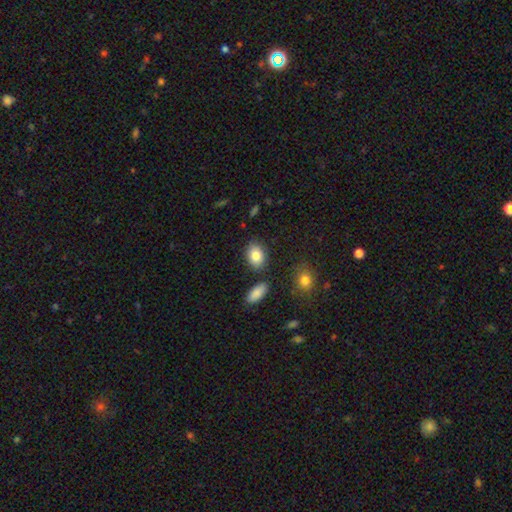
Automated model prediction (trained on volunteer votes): smooth_or_featured: smooth (p=0.84) [alt: featured or disk p=0.09]
how_rounded: in between (p=0.81) [alt: round p=0.18]
merging: none (p=0.81) [alt: minor disturbance p=0.11]